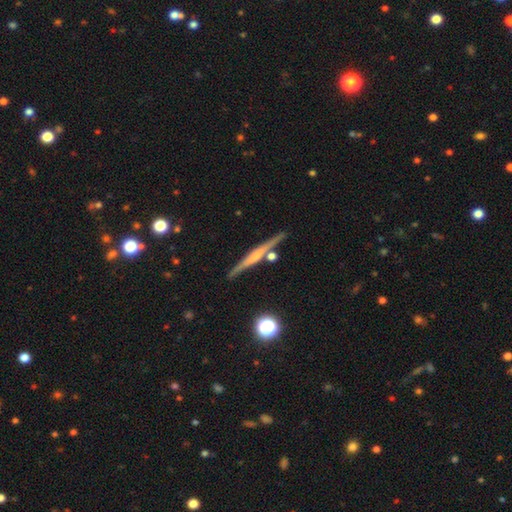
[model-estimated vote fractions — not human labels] A featured or disk galaxy (70%) viewed edge-on (97%) with a rounded central bulge (56%).

Vote fractions:
- Smooth or featured? featured or disk: 70% / smooth: 22% / star or artifact: 7%
- Edge-on disk? yes: 97% / no: 3%
- Edge-on bulge? rounded: 56% / none: 25% / boxy: 19%
- Merging? none: 83% / minor disturbance: 9% / merger: 6% / major disturbance: 2%